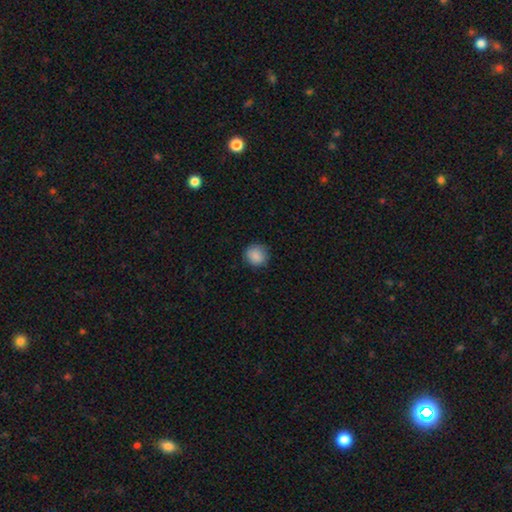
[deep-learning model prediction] This appears to be a smooth galaxy with no disk features (88%) that is round (90%). Merging: none (86%).